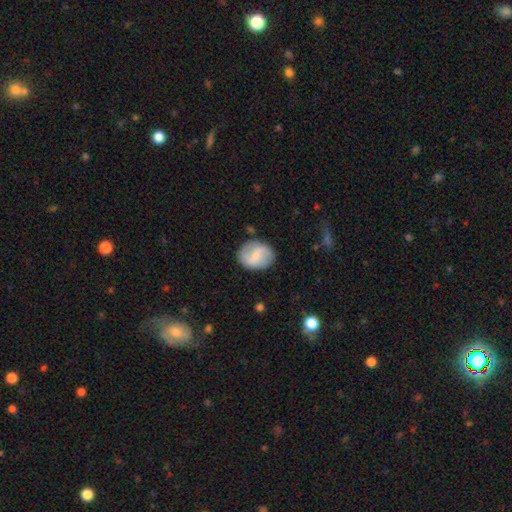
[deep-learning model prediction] This is possibly a featured or disk galaxy (47%). Merging: likely none (80%).